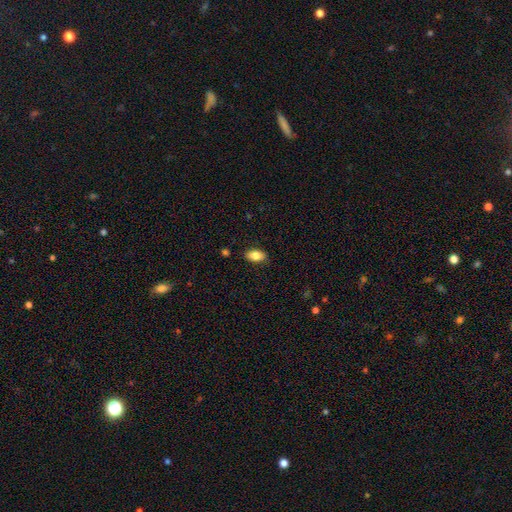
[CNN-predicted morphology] A smooth galaxy with no disk features (83%) that is in between round and cigar-shaped (92%). Merging: none (87%).